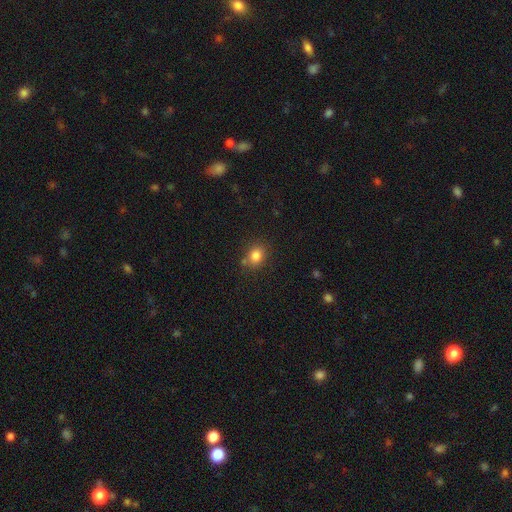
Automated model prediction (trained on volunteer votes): A smooth galaxy with no disk features (82%) that is round (62%).

Vote fractions:
- Smooth or featured? smooth: 82% / star or artifact: 12% / featured or disk: 7%
- How rounded? round: 62% / in between: 37% / cigar-shaped: 1%
- Merging? none: 74% / minor disturbance: 13% / merger: 9% / major disturbance: 4%